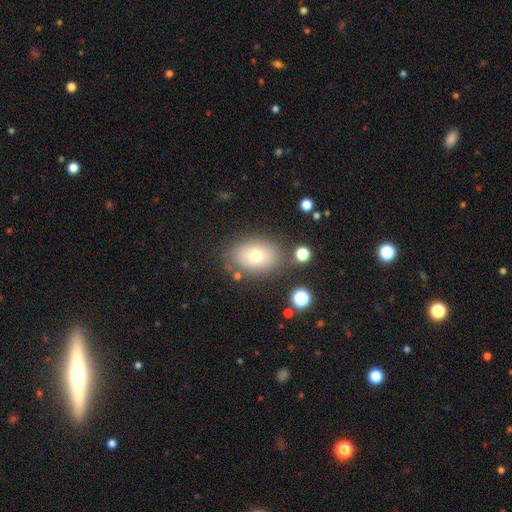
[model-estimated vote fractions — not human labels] Overall: smooth (72%). How rounded: in between (74%). Merging: none (77%).